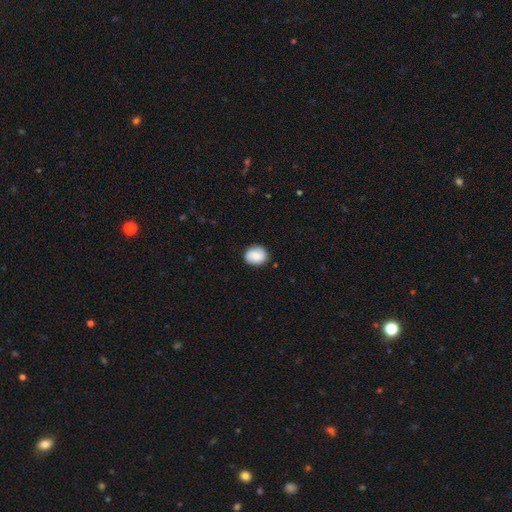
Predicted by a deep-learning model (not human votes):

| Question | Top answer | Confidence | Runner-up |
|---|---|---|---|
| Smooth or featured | smooth | 79% | featured or disk (13%) |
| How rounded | round | 68% | in between (31%) |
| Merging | none | 86% | minor disturbance (10%) |